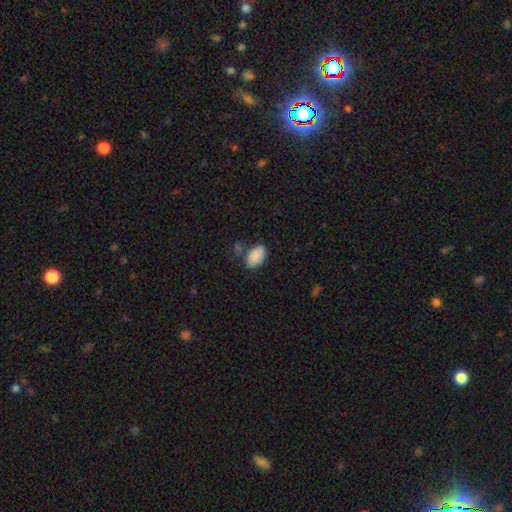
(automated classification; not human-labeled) Q: Smooth or featured?
A: smooth (89%); runner-up: star or artifact (7%)
Q: How rounded?
A: in between (93%); runner-up: round (5%)
Q: Merging?
A: none (70%); runner-up: minor disturbance (17%)